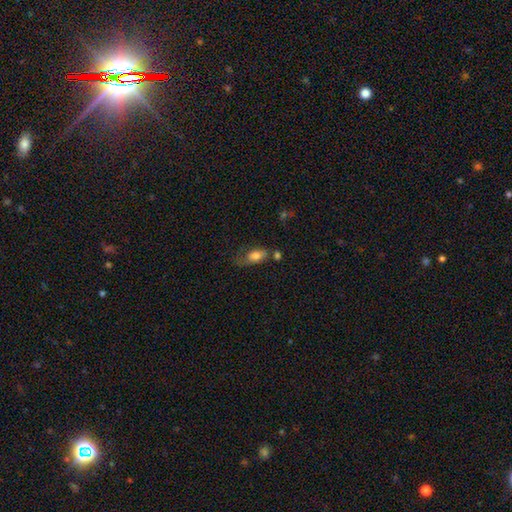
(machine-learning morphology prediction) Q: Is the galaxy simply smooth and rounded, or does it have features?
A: smooth — 76%.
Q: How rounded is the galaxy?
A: in between — 87%.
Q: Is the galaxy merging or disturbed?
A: none — 41%.